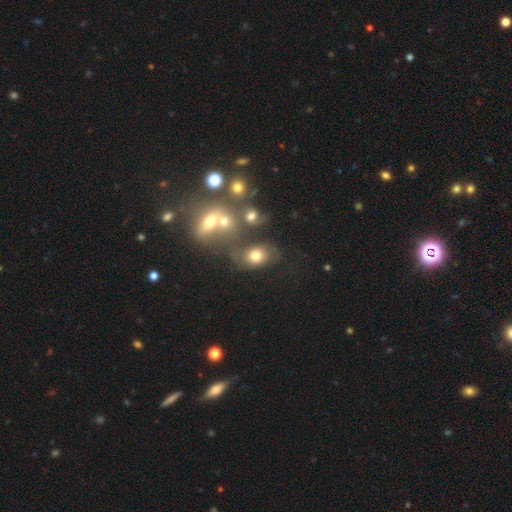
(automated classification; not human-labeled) This appears to be a smooth galaxy with no disk features (69%) that is in between round and cigar-shaped (58%). Merging: none (49%).